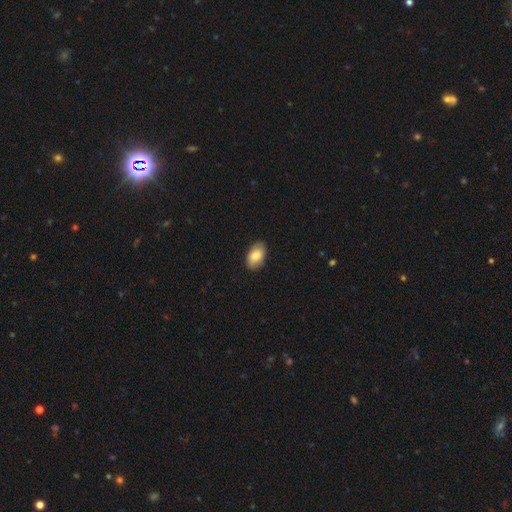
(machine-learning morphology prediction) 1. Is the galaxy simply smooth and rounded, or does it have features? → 79% smooth, 14% featured or disk, 7% star or artifact.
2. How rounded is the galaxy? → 92% in between, 7% round, 1% cigar-shaped.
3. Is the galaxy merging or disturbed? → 84% none, 13% minor disturbance, 2% major disturbance, 1% merger.